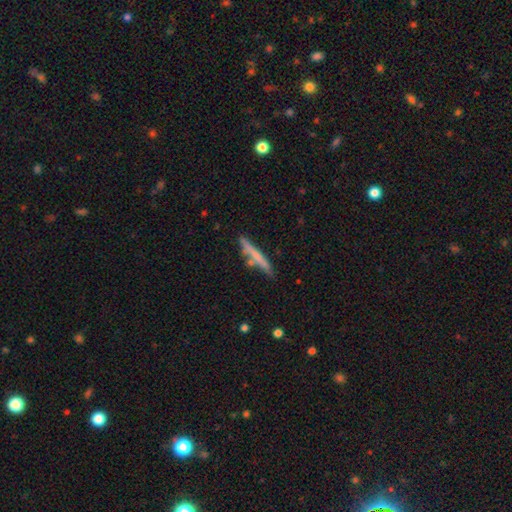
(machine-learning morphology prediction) Smooth or featured? smooth (57%)
How rounded? cigar-shaped (95%)
Merging? none (74%)